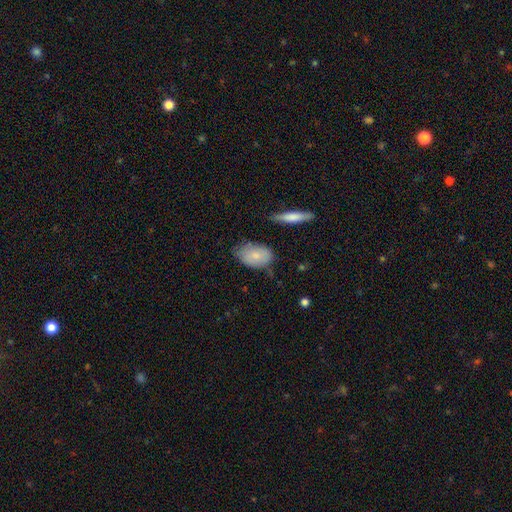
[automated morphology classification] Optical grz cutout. It shows a smooth galaxy with no disk features (78%) that is in between round and cigar-shaped (90%). Merging: none (60%).